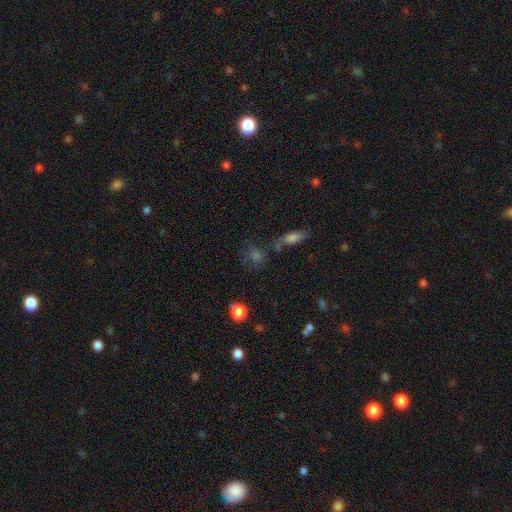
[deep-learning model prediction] This appears to be a smooth galaxy with no disk features (54%) that is round (69%). Merging: none (64%).